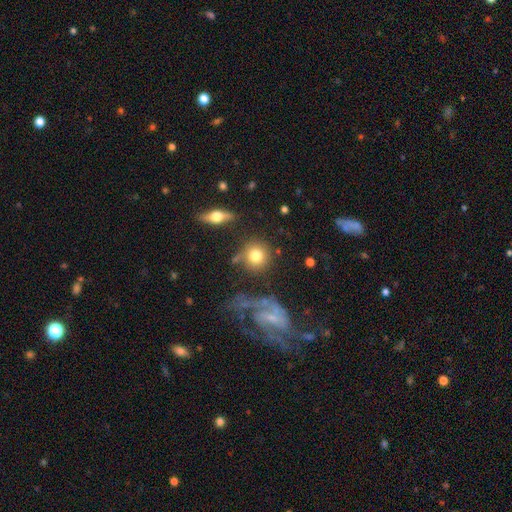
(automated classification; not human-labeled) Smooth or featured? Predicted: smooth (p=0.73). How rounded? Predicted: round (p=0.90). Merging? Predicted: none (p=0.68).